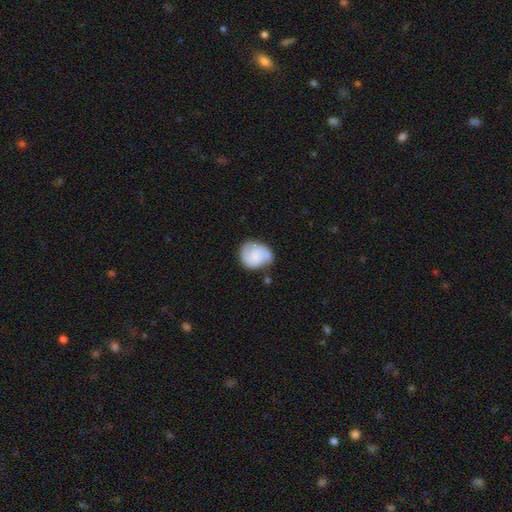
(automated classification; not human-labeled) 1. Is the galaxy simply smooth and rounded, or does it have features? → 48% featured or disk, 44% smooth, 8% star or artifact.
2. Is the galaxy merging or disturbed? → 59% none, 27% minor disturbance, 10% major disturbance, 4% merger.